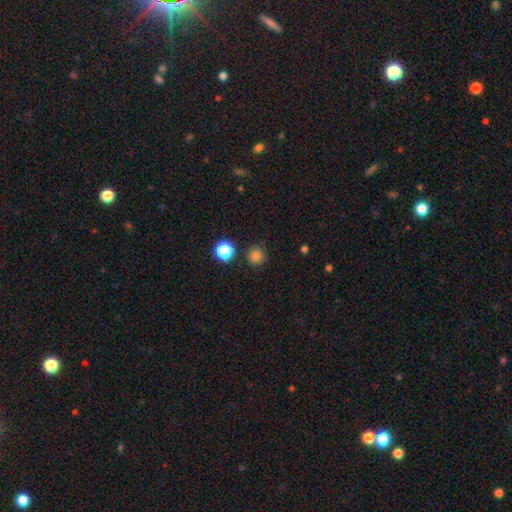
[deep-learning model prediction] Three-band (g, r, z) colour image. It shows a smooth galaxy with no disk features (81%) that is round (94%). Merging: none (87%).